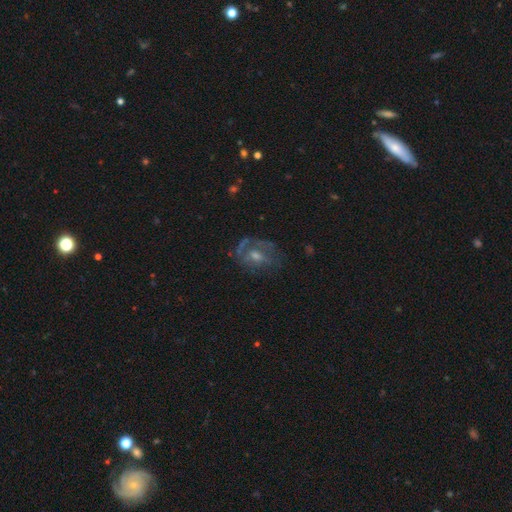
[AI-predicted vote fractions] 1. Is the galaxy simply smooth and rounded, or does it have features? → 67% featured or disk, 20% smooth, 13% star or artifact.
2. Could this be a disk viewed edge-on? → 96% no, 4% yes.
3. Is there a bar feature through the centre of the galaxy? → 55% no, 37% weak, 8% strong.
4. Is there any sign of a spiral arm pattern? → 69% yes, 31% no.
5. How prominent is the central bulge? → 50% moderate, 39% small, 5% none, 4% large, 1% dominant.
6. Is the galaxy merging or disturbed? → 58% none, 20% minor disturbance, 19% major disturbance, 2% merger.